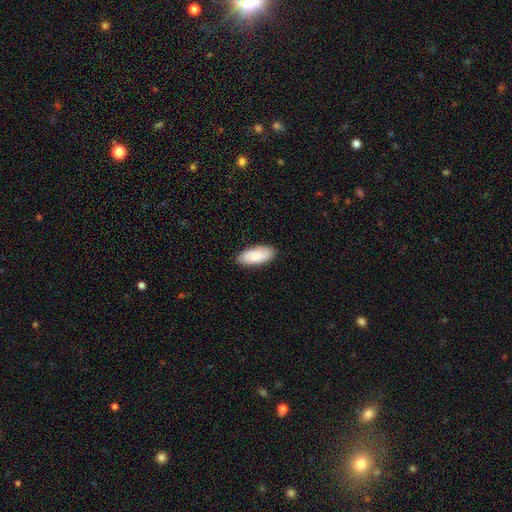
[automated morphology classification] Q: Smooth or featured?
A: smooth (86%); runner-up: featured or disk (9%)
Q: How rounded?
A: in between (87%); runner-up: cigar-shaped (12%)
Q: Merging?
A: none (87%); runner-up: minor disturbance (10%)